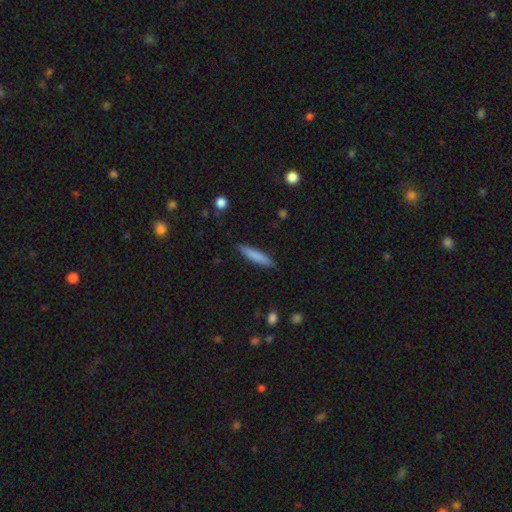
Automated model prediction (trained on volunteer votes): A smooth galaxy with no disk features (78%) that is cigar-shaped (91%).

Vote fractions:
- Smooth or featured? smooth: 78% / featured or disk: 16% / star or artifact: 6%
- How rounded? cigar-shaped: 91% / in between: 8% / round: 1%
- Merging? none: 88% / minor disturbance: 9% / major disturbance: 2% / merger: 1%